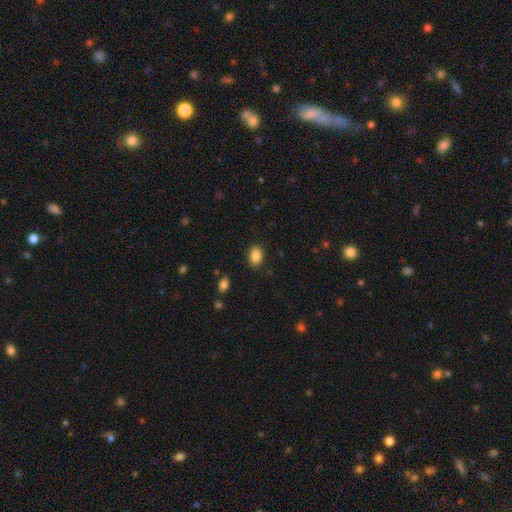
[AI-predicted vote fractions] Overall: smooth (87%). How rounded: in between (80%). Merging: none (86%).